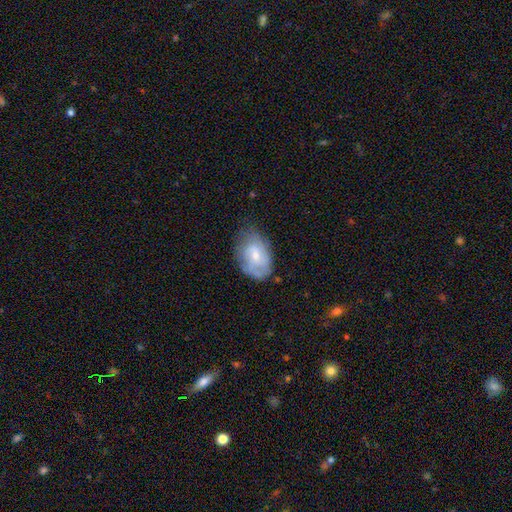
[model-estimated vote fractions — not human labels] The model was most divided on "smooth or featured": smooth: 48%, featured or disk: 45%, star or artifact: 7%. More confident: merging — none (57%).